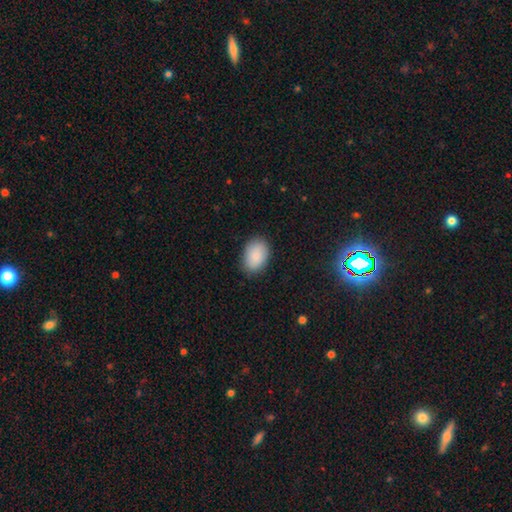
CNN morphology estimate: Q: Smooth or featured?
A: smooth (88%); runner-up: star or artifact (7%)
Q: How rounded?
A: in between (86%); runner-up: round (13%)
Q: Merging?
A: none (85%); runner-up: minor disturbance (11%)